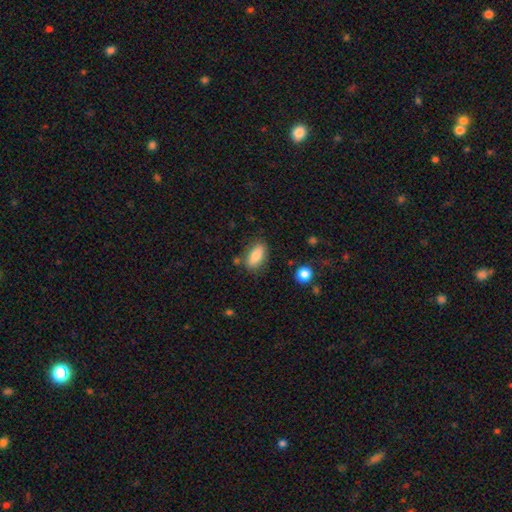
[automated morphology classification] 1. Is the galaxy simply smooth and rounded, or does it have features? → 81% smooth, 12% featured or disk, 7% star or artifact.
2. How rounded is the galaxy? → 82% in between, 14% cigar-shaped, 4% round.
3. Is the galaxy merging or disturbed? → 78% none, 14% minor disturbance, 5% merger, 4% major disturbance.